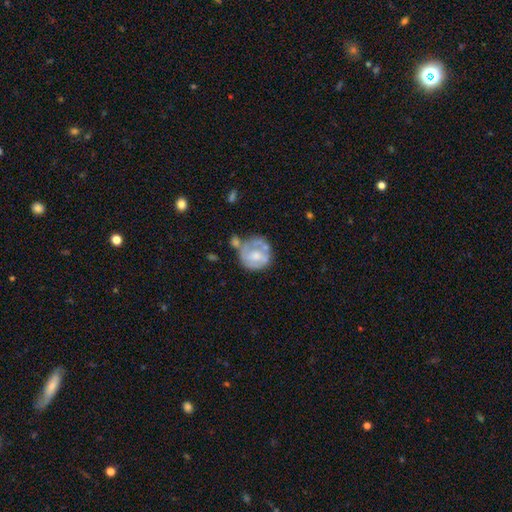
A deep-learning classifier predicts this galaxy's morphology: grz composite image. It shows a featured or disk galaxy (56%) with no bar (72%), no spiral arms (55%) and a moderate central bulge (52%). Merging: none (43%).